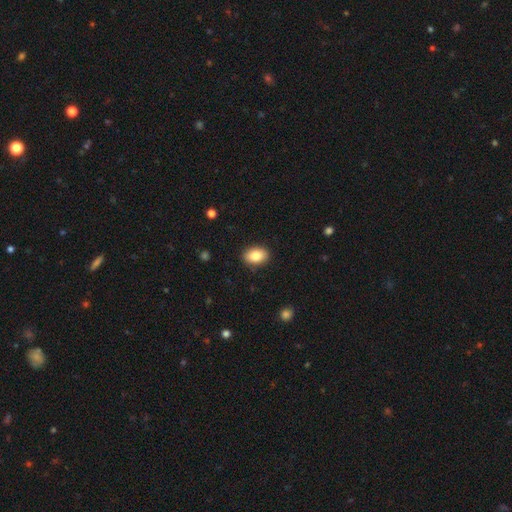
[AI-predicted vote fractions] This appears to be a smooth galaxy with no disk features (86%) that is in between round and cigar-shaped (85%). Merging: none (89%).